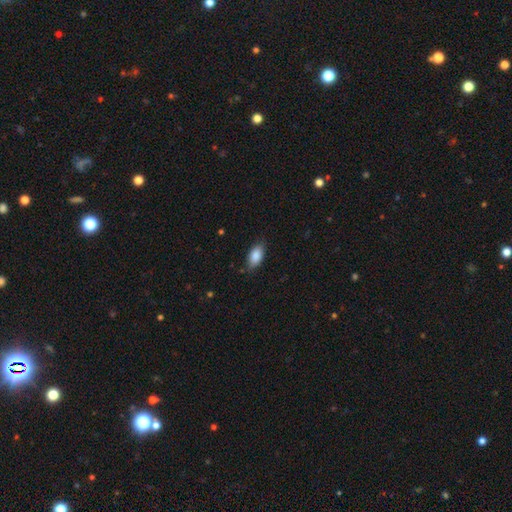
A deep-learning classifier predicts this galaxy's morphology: A smooth galaxy with no disk features (87%) that is in between round and cigar-shaped (91%).

Vote fractions:
- Smooth or featured? smooth: 87% / star or artifact: 7% / featured or disk: 7%
- How rounded? in between: 91% / cigar-shaped: 5% / round: 3%
- Merging? none: 79% / minor disturbance: 16% / major disturbance: 3% / merger: 1%